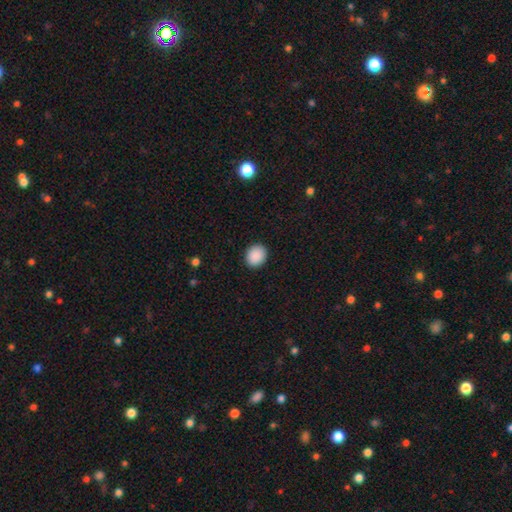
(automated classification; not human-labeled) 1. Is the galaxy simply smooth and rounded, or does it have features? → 90% smooth, 8% star or artifact, 2% featured or disk.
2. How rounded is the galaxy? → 64% round, 36% in between, 1% cigar-shaped.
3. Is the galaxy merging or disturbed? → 91% none, 6% minor disturbance, 2% major disturbance, 1% merger.